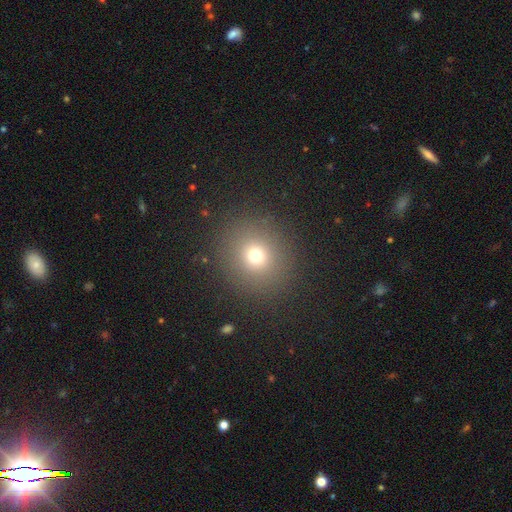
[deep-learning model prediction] smooth 70%, star or artifact 20%, featured or disk 10%. Down the decision tree: how rounded — round (88%); merging — none (88%).